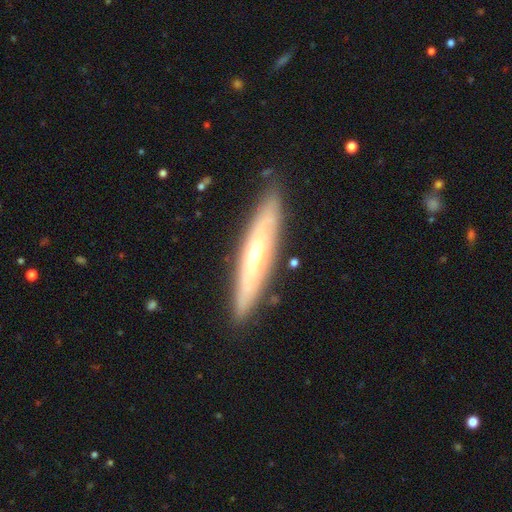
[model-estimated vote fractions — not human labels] A featured or disk galaxy (59%) viewed edge-on (71%). Merging: none (85%).